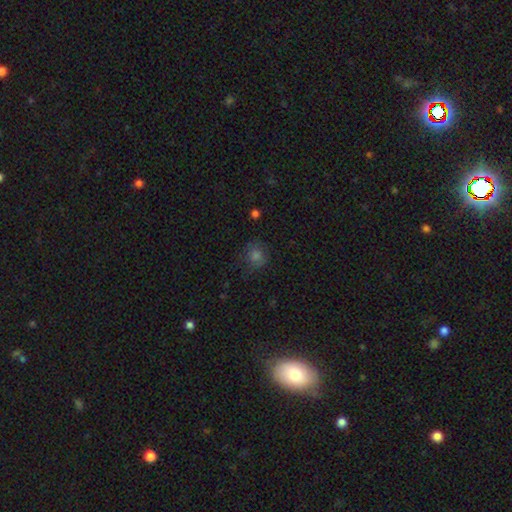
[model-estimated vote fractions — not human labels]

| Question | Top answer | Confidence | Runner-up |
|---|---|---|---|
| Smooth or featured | smooth | 68% | star or artifact (23%) |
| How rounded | round | 81% | in between (18%) |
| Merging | none | 76% | minor disturbance (17%) |